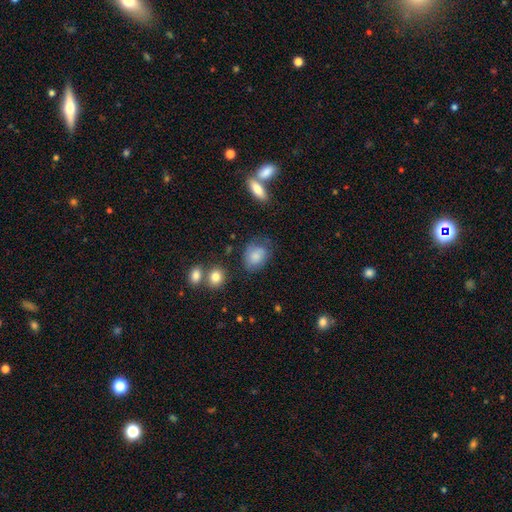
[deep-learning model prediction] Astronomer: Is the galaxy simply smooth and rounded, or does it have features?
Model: smooth — 79%.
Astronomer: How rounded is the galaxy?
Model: in between — 60% (runner-up: round, 39%).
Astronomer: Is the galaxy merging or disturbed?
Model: none — 58%.